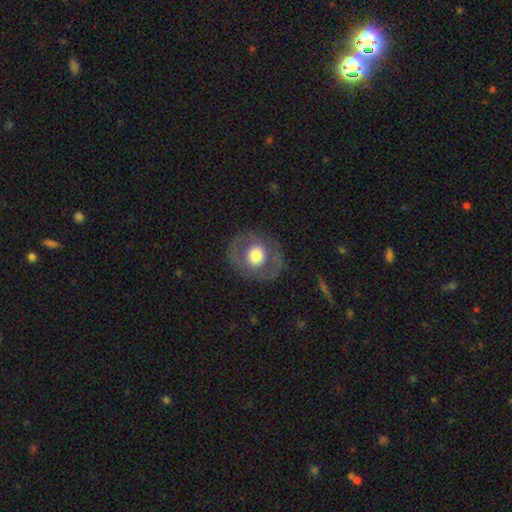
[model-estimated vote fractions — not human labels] Smooth or featured?
  - smooth: 48% *
  - featured or disk: 45%
  - star or artifact: 7%
Merging?
  - none: 78% *
  - minor disturbance: 12%
  - major disturbance: 9%
  - merger: 1%